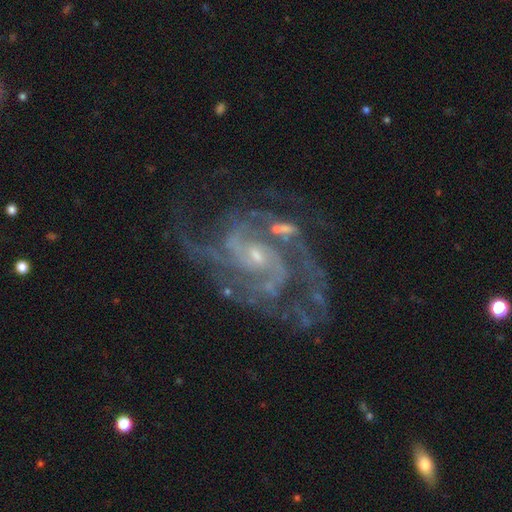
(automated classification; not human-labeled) Overall: featured or disk (91%). Edge-on disk: no (98%). Bar: no (51%; weak 38%). Spiral arms: yes (98%). Spiral arm count: 2 (34%; 3 26%). Spiral winding: medium (48%; tight 43%). Bulge size: small (76%). Merging: none (57%; minor disturbance 20%).